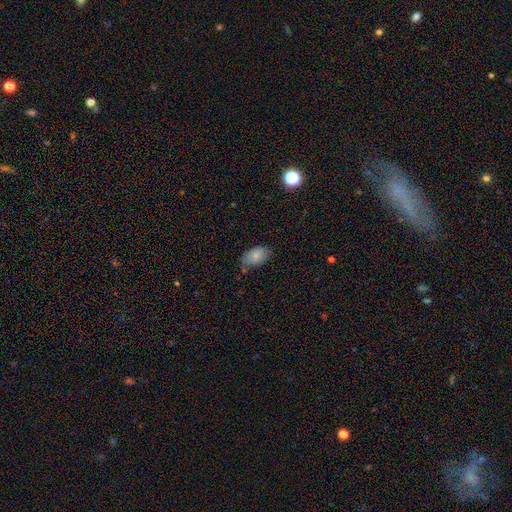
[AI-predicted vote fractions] Q: Smooth or featured?
A: smooth (84%); runner-up: featured or disk (8%)
Q: How rounded?
A: in between (93%); runner-up: round (6%)
Q: Merging?
A: none (71%); runner-up: minor disturbance (22%)